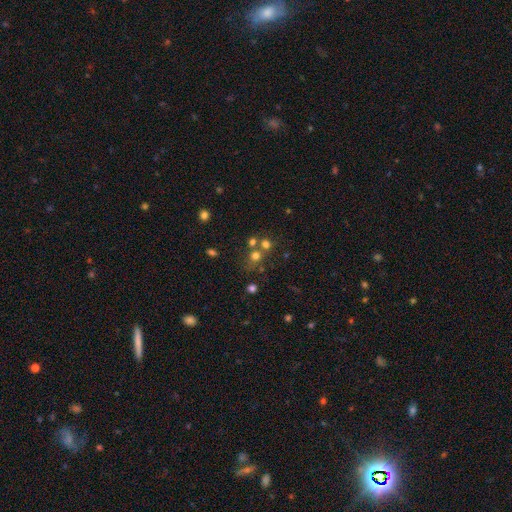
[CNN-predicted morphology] Overall: smooth (65%). How rounded: round (85%). Merging: none (54%; merger 34%).